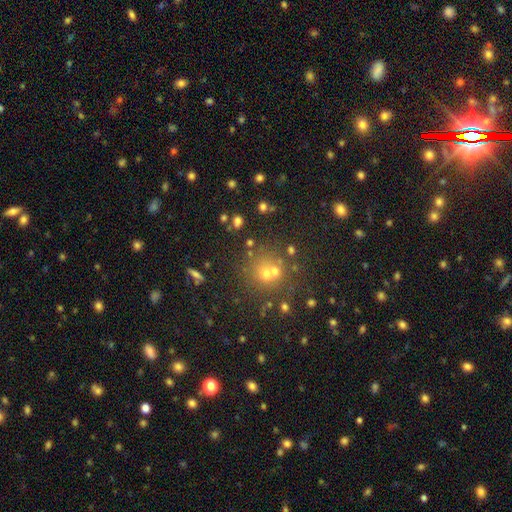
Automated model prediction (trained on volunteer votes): Morphology: type=smooth (49%); merging=none (73%).